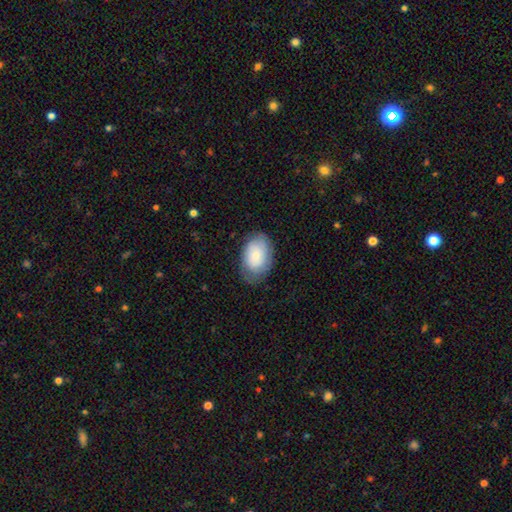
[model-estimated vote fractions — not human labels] This appears to be a smooth galaxy with no disk features (70%) that is in between round and cigar-shaped (89%). Merging: none (73%).